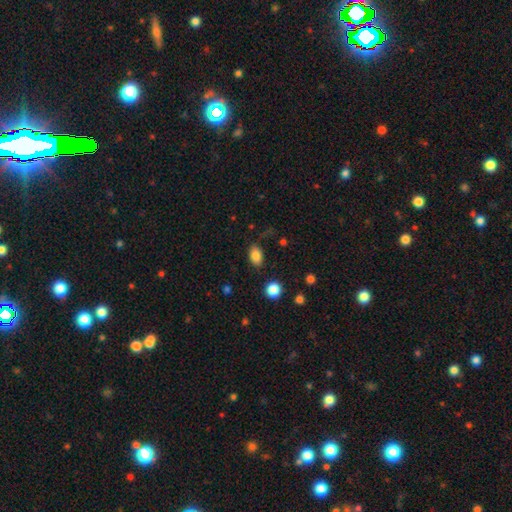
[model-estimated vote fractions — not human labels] Q: Smooth or featured?
A: smooth (84%); runner-up: star or artifact (10%)
Q: How rounded?
A: in between (86%); runner-up: round (13%)
Q: Merging?
A: none (81%); runner-up: minor disturbance (13%)